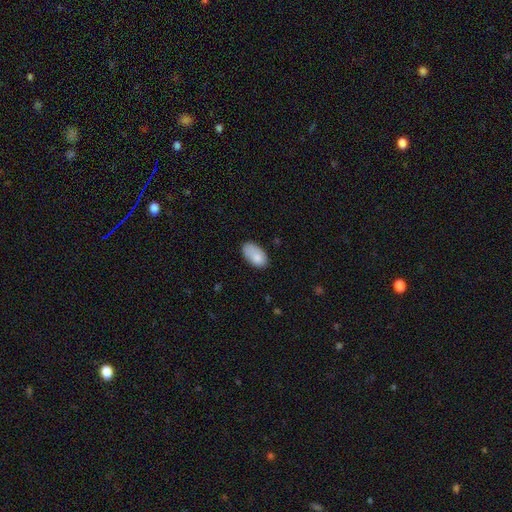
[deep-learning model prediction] smooth-or-featured: smooth: 82% | featured or disk: 10% | star or artifact: 7%
  how-rounded: in between: 94% | round: 4% | cigar-shaped: 2%
  merging: none: 61% | minor disturbance: 28% | major disturbance: 7% | merger: 4%